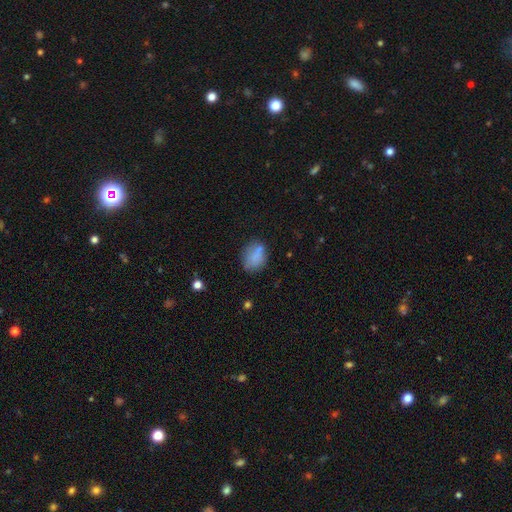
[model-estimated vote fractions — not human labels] smooth-or-featured: smooth: 76% | featured or disk: 14% | star or artifact: 9%
  how-rounded: in between: 65% | round: 33% | cigar-shaped: 2%
  merging: none: 59% | minor disturbance: 24% | major disturbance: 9% | merger: 8%